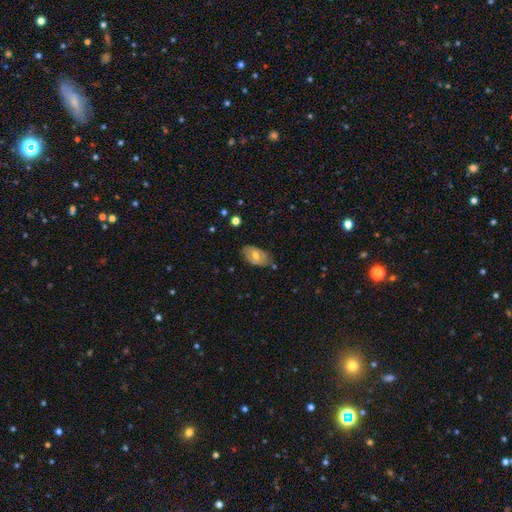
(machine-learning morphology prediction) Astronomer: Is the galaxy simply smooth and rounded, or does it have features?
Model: smooth — 49% (runner-up: featured or disk, 44%).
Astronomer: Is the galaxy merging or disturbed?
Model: none — 72%.